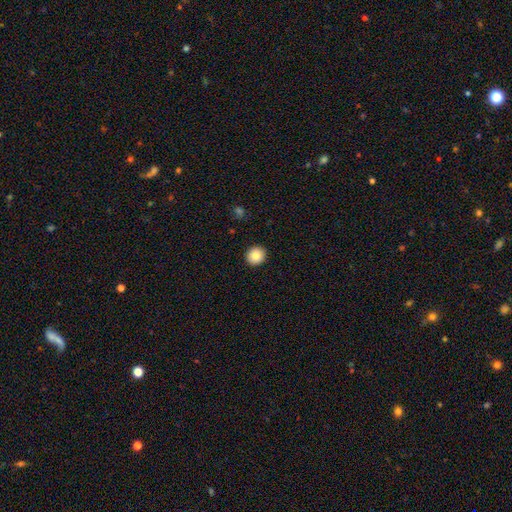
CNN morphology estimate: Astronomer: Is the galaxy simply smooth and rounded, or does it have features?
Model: smooth — 87%.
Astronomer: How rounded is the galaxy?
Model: round — 90%.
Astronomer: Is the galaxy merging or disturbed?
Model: none — 92%.